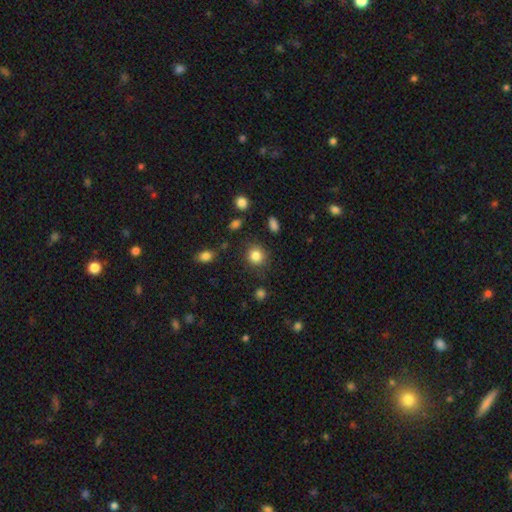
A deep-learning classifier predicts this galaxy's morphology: smooth_or_featured: smooth (p=0.84) [alt: star or artifact p=0.10]
how_rounded: round (p=0.85) [alt: in between p=0.14]
merging: none (p=0.84) [alt: minor disturbance p=0.10]